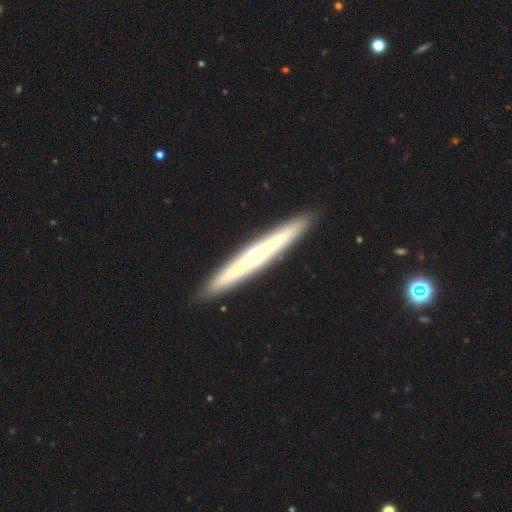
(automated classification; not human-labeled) Smooth or featured?
  - featured or disk: 60% *
  - smooth: 34%
  - star or artifact: 6%
Edge-on disk?
  - yes: 93% *
  - no: 7%
Edge-on bulge?
  - rounded: 60% *
  - none: 36%
  - boxy: 4%
Merging?
  - none: 92% *
  - minor disturbance: 6%
  - major disturbance: 1%
  - merger: 1%